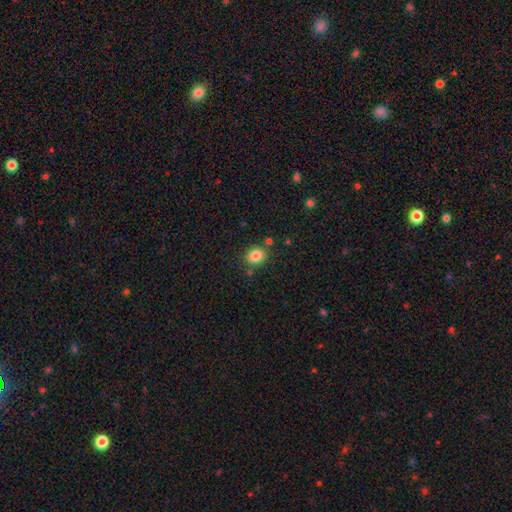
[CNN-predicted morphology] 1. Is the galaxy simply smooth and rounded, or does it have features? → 84% smooth, 10% star or artifact, 6% featured or disk.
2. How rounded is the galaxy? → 60% round, 39% in between, 1% cigar-shaped.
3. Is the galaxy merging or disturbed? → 81% none, 10% minor disturbance, 5% merger, 3% major disturbance.